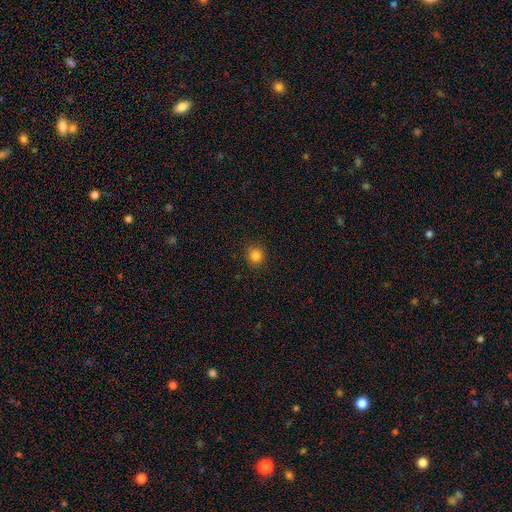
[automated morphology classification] Smooth or featured: smooth — 84% (star or artifact — 12%)
How rounded: round — 91% (in between — 8%)
Merging: none — 90% (minor disturbance — 7%)